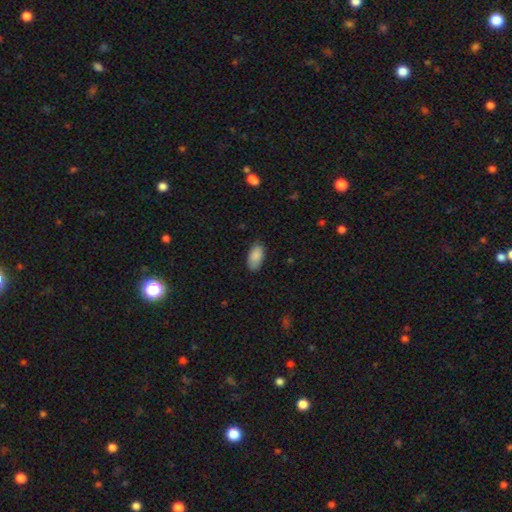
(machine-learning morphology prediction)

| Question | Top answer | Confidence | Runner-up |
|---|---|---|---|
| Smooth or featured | smooth | 89% | star or artifact (7%) |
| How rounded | in between | 94% | cigar-shaped (3%) |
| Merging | none | 80% | minor disturbance (16%) |